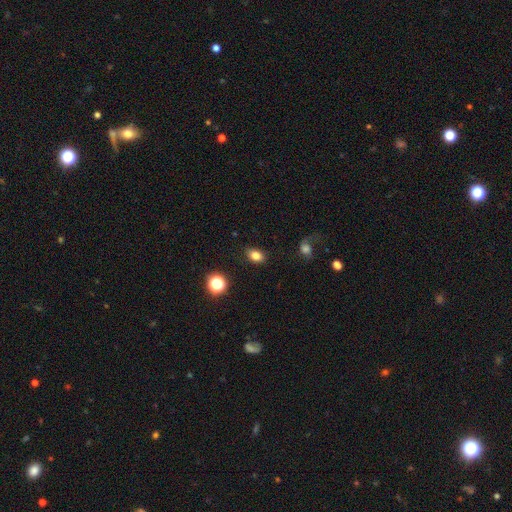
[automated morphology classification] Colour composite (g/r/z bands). It shows a smooth galaxy with no disk features (80%) that is in between round and cigar-shaped (78%). Merging: none (85%).